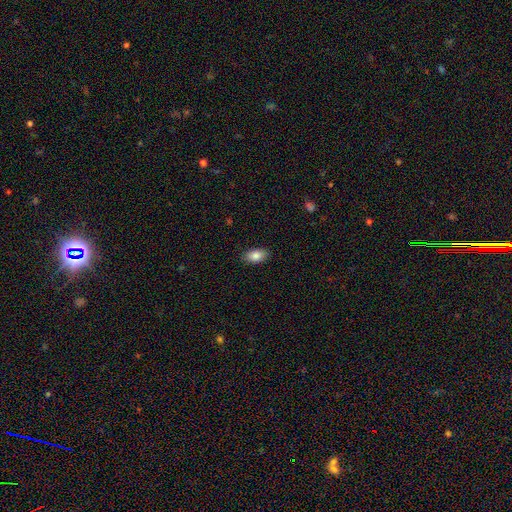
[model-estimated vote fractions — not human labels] Smooth or featured? Predicted: smooth (p=0.85). How rounded? Predicted: in between (p=0.92). Merging? Predicted: none (p=0.88).